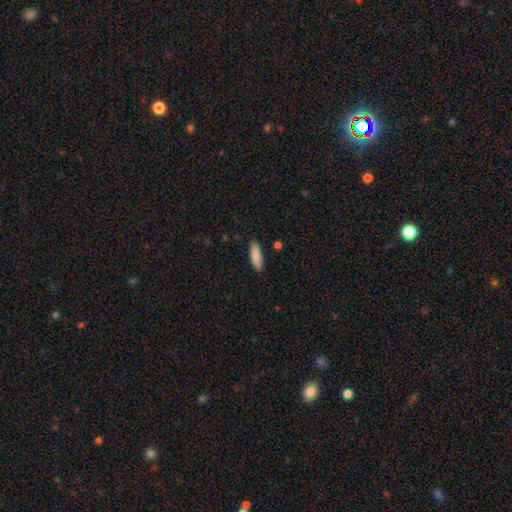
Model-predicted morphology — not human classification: This is clearly a smooth galaxy (87%). How rounded: possibly cigar-shaped (58%). Merging: clearly none (87%).